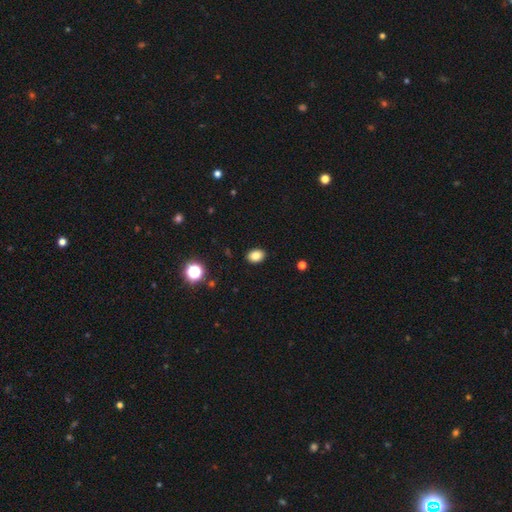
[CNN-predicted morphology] This is clearly a smooth galaxy (84%). How rounded: likely in between (69%). Merging: clearly none (90%).